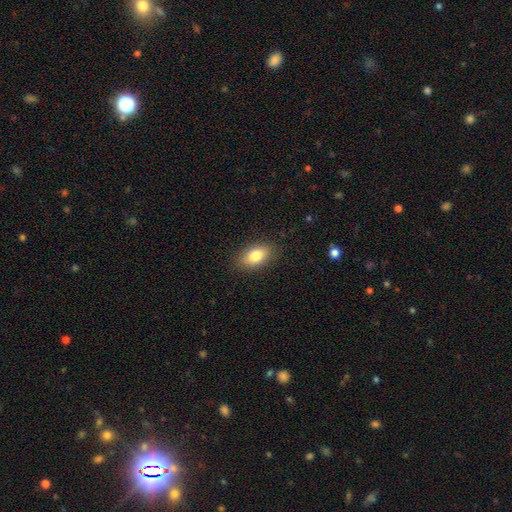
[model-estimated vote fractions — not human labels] A smooth galaxy with no disk features (81%) that is in between round and cigar-shaped (89%).

Vote fractions:
- Smooth or featured? smooth: 81% / featured or disk: 11% / star or artifact: 8%
- How rounded? in between: 89% / round: 9% / cigar-shaped: 3%
- Merging? none: 86% / minor disturbance: 10% / major disturbance: 3% / merger: 1%